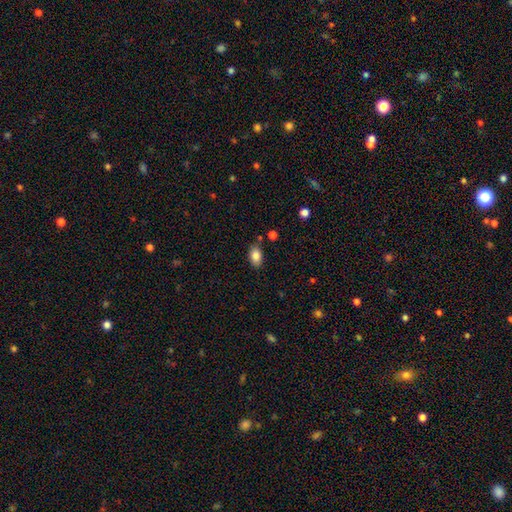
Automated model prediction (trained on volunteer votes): Smooth or featured? smooth (85%)
How rounded? in between (88%)
Merging? none (78%)